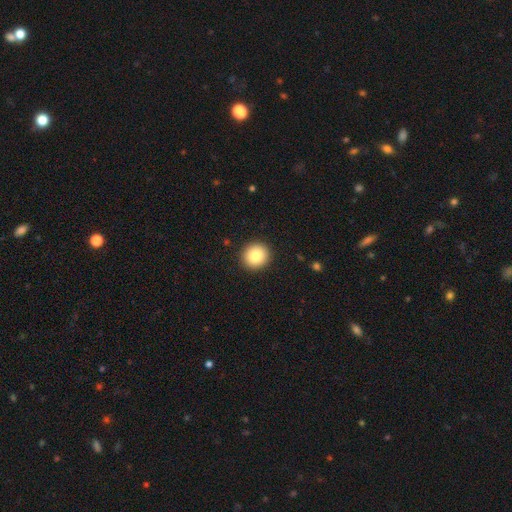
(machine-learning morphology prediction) Smooth or featured?
  - smooth: 84% *
  - star or artifact: 9%
  - featured or disk: 7%
How rounded?
  - round: 92% *
  - in between: 7%
  - cigar-shaped: 1%
Merging?
  - none: 92% *
  - minor disturbance: 5%
  - major disturbance: 2%
  - merger: 1%